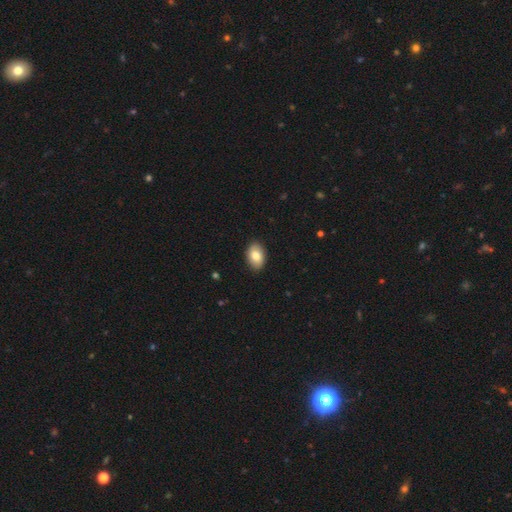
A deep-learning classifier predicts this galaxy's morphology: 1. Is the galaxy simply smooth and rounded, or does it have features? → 81% smooth, 13% featured or disk, 7% star or artifact.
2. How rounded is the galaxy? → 89% in between, 10% round, 1% cigar-shaped.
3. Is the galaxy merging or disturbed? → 90% none, 8% minor disturbance, 2% major disturbance, 1% merger.